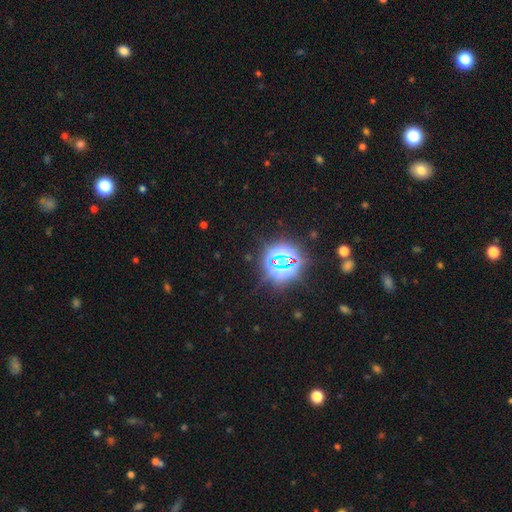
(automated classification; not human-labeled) smooth_or_featured: star or artifact (p=0.78) [alt: smooth p=0.16]